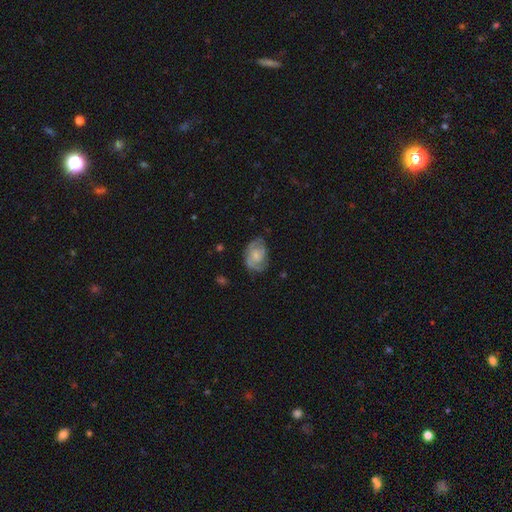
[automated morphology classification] smooth_or_featured: featured or disk (p=0.65) [alt: smooth p=0.29]
disk_edge_on: no (p=0.97) [alt: yes p=0.03]
bar: no (p=0.68) [alt: weak p=0.28]
has_spiral_arms: yes (p=0.86) [alt: no p=0.14]
spiral_winding: tight (p=0.48) [alt: medium p=0.39]
spiral_arm_count: 2 (p=0.55) [alt: can't tell p=0.23]
bulge_size: small (p=0.46) [alt: moderate p=0.29]
merging: none (p=0.64) [alt: minor disturbance p=0.24]